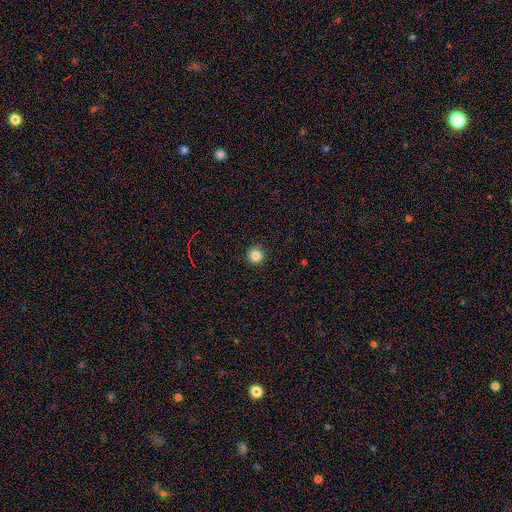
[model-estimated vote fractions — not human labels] Smooth or featured?
  - smooth: 84% *
  - star or artifact: 12%
  - featured or disk: 4%
How rounded?
  - round: 96% *
  - in between: 3%
  - cigar-shaped: 1%
Merging?
  - none: 93% *
  - minor disturbance: 4%
  - major disturbance: 2%
  - merger: 1%